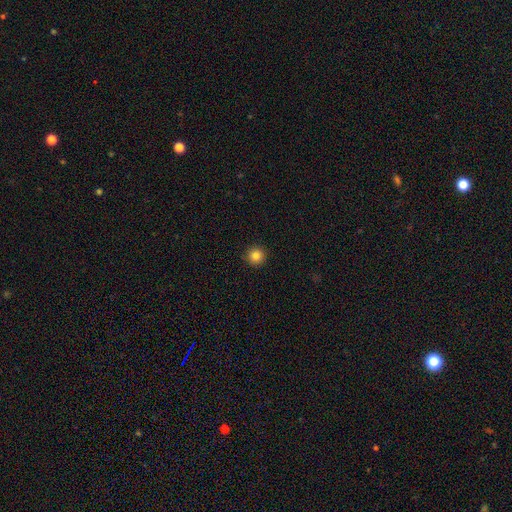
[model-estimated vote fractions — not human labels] Morphology: type=smooth (83%); roundness=round (96%); merging=none (93%).